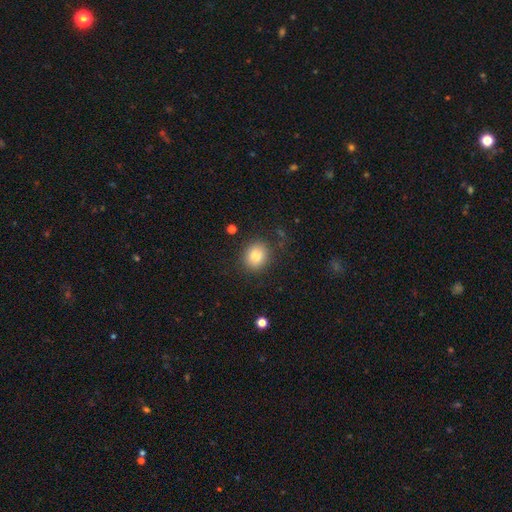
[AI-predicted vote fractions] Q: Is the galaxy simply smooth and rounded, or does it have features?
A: smooth — 82%.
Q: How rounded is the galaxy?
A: round — 71%.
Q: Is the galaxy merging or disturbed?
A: none — 85%.